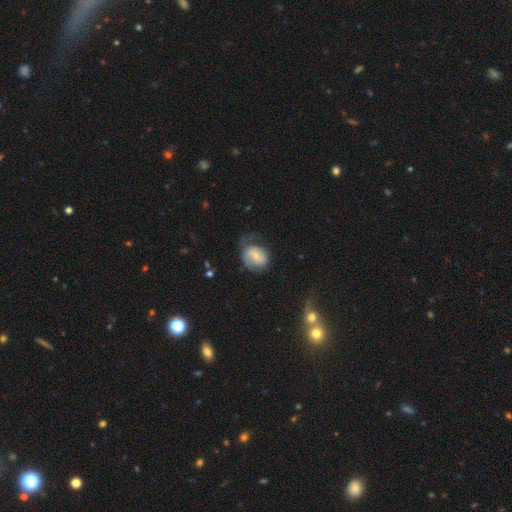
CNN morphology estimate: Overall: smooth (56%; featured or disk 36%). How rounded: round (50%; in between 49%). Merging: none (40%; minor disturbance 31%).